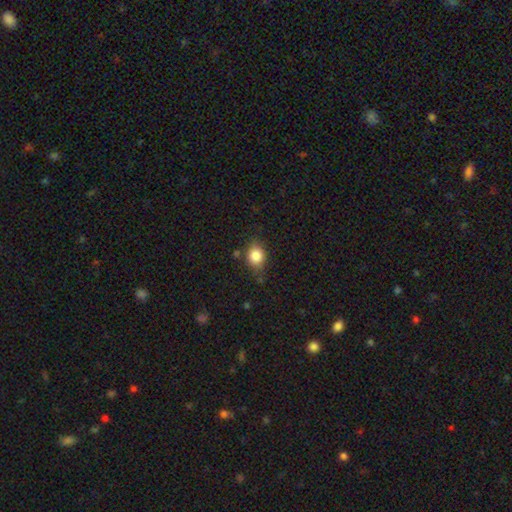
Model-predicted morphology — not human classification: Smooth or featured? Predicted: smooth (p=0.84). How rounded? Predicted: round (p=0.52). Merging? Predicted: none (p=0.72).